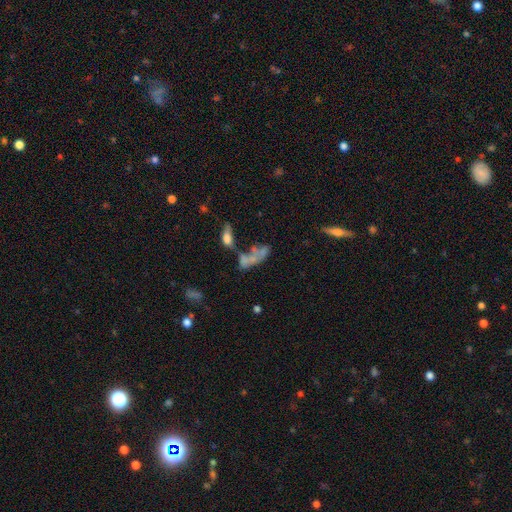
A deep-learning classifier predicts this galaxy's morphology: smooth-or-featured: smooth: 44% | featured or disk: 39% | star or artifact: 16%
  merging: merger: 44% | none: 22% | major disturbance: 21% | minor disturbance: 13%